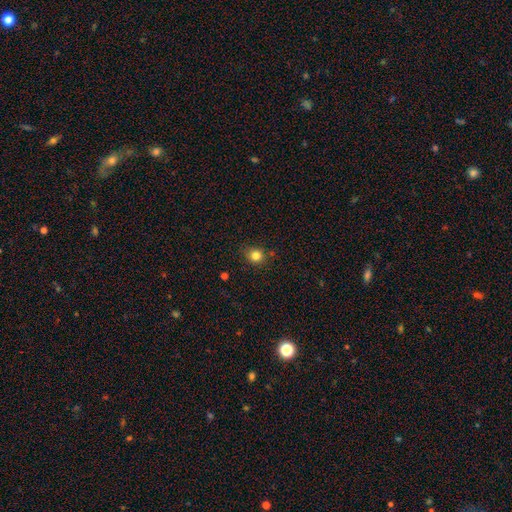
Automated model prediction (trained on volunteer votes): Smooth or featured? Predicted: smooth (p=0.82). How rounded? Predicted: round (p=0.82). Merging? Predicted: none (p=0.81).